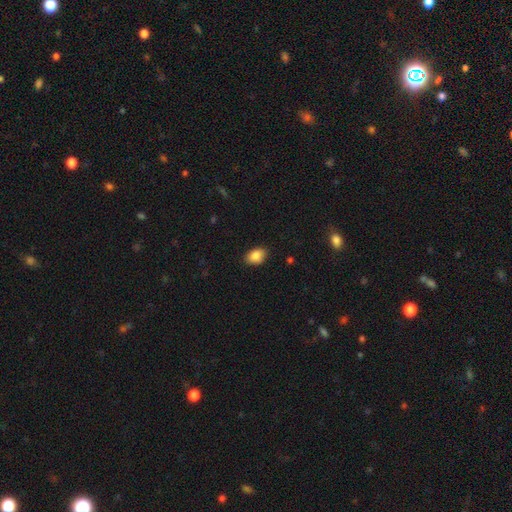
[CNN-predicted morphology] Smooth or featured? smooth (87%)
How rounded? in between (83%)
Merging? none (86%)